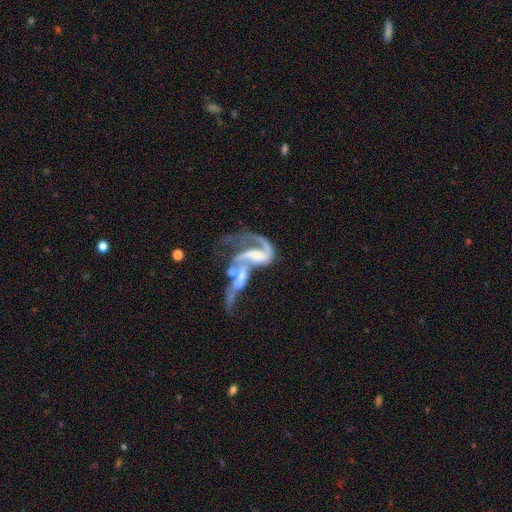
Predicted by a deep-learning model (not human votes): Smooth or featured?
  - featured or disk: 81% *
  - smooth: 12%
  - star or artifact: 7%
Edge-on disk?
  - no: 95% *
  - yes: 5%
Bar?
  - no: 45% *
  - weak: 34%
  - strong: 21%
Spiral arms?
  - yes: 85% *
  - no: 15%
Spiral winding?
  - loose: 59% *
  - medium: 30%
  - tight: 10%
Spiral arm count?
  - 2: 58% *
  - 1: 26%
  - can't tell: 10%
  - 3: 3%
  - 4: 1%
  - more than 4: 1%
Bulge size?
  - small: 31% * (tied)
  - moderate: 31% * (tied)
  - none: 30%
  - large: 7%
  - dominant: 2%
Merging?
  - merger: 66% *
  - major disturbance: 20%
  - none: 9%
  - minor disturbance: 6%